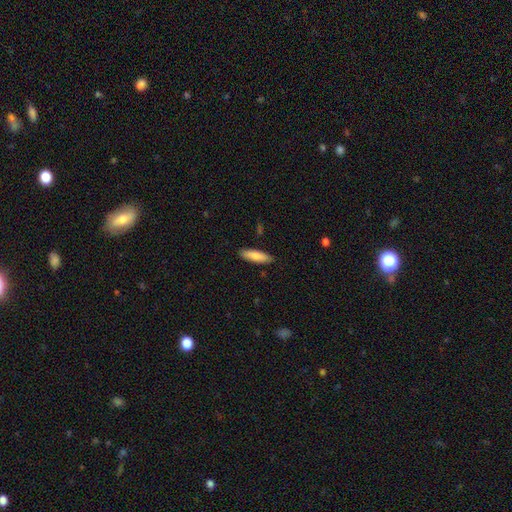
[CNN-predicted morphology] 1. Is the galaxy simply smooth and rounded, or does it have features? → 83% smooth, 11% featured or disk, 6% star or artifact.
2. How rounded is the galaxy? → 55% cigar-shaped, 44% in between, 2% round.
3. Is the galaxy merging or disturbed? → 88% none, 9% minor disturbance, 2% major disturbance, 1% merger.